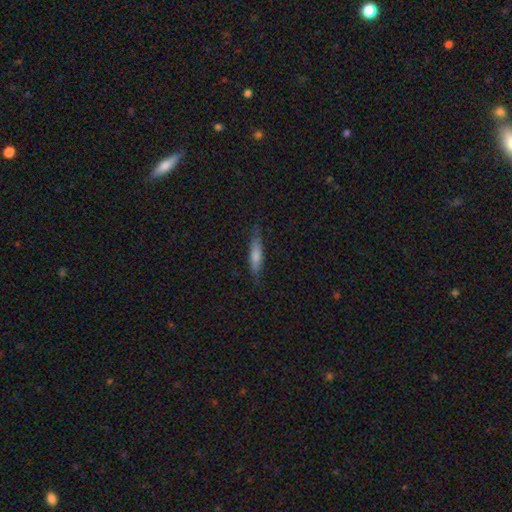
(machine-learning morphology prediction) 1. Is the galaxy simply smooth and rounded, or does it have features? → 65% smooth, 28% featured or disk, 7% star or artifact.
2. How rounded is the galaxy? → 80% cigar-shaped, 19% in between, 2% round.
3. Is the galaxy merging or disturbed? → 81% none, 15% minor disturbance, 3% major disturbance, 1% merger.